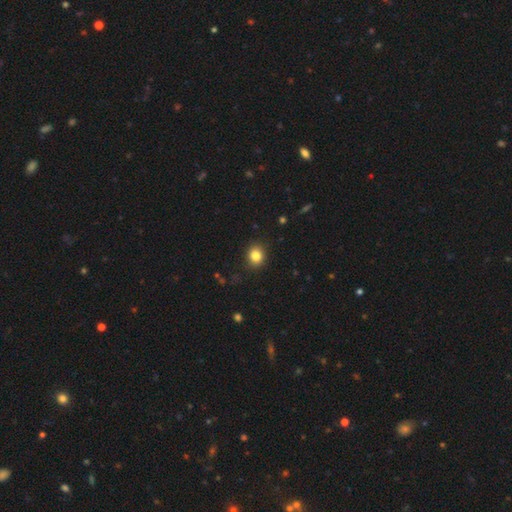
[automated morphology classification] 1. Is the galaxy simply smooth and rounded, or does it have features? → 84% smooth, 11% star or artifact, 5% featured or disk.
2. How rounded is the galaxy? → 72% round, 27% in between, 1% cigar-shaped.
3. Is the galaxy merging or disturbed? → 89% none, 8% minor disturbance, 2% major disturbance, 1% merger.